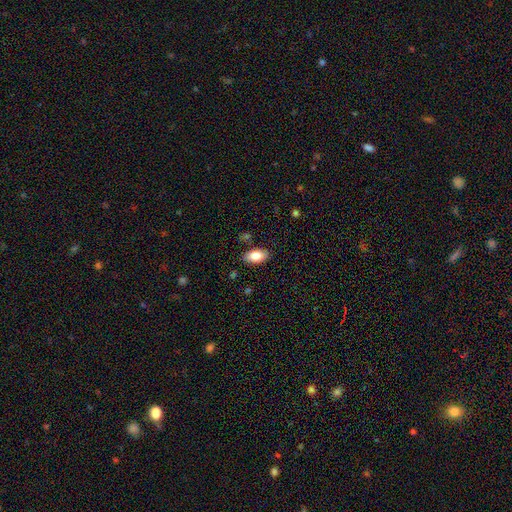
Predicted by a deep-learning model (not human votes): Q: Smooth or featured?
A: smooth (84%); runner-up: featured or disk (9%)
Q: How rounded?
A: in between (93%); runner-up: round (4%)
Q: Merging?
A: none (84%); runner-up: minor disturbance (11%)